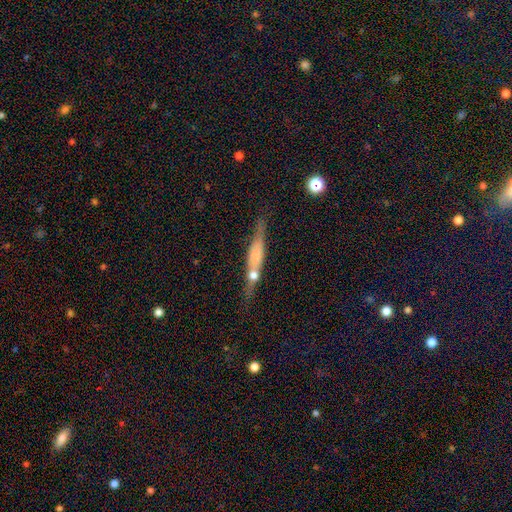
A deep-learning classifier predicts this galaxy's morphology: Overall: featured or disk (55%; smooth 38%). Edge-on disk: yes (91%). Merging: none (65%).